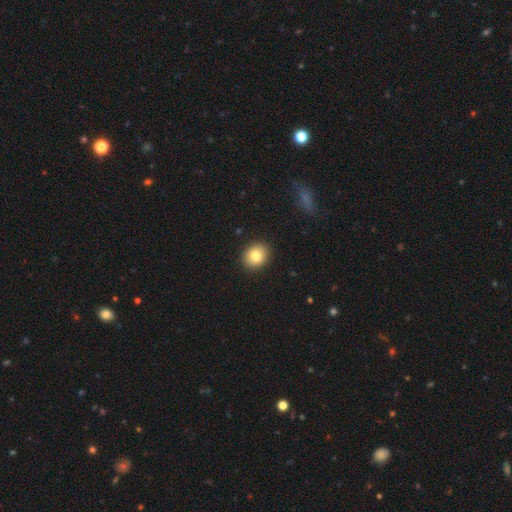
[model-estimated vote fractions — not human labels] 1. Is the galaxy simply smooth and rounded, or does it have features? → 82% smooth, 9% star or artifact, 9% featured or disk.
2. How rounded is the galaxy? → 66% round, 33% in between, 1% cigar-shaped.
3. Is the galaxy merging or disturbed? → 90% none, 7% minor disturbance, 2% major disturbance, 1% merger.